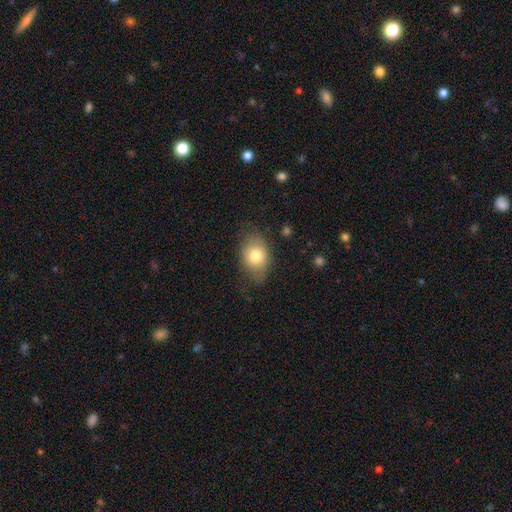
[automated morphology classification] A smooth galaxy with no disk features (77%) that is in between round and cigar-shaped (74%). Merging: none (67%).